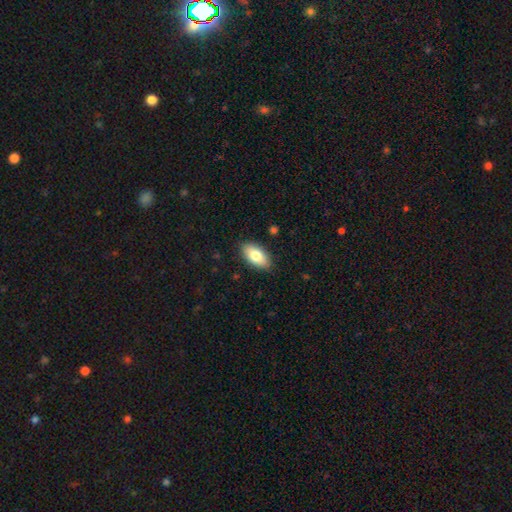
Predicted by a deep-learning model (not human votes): Smooth or featured? smooth (79%)
How rounded? in between (93%)
Merging? none (87%)